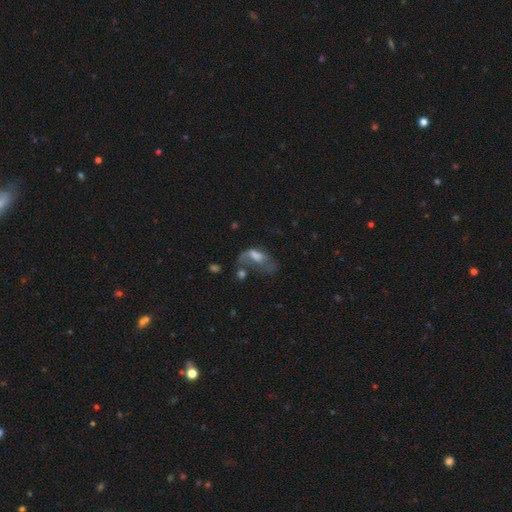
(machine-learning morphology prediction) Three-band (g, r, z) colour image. It shows a smooth galaxy with no disk features (44%). Merging: major disturbance (49%).